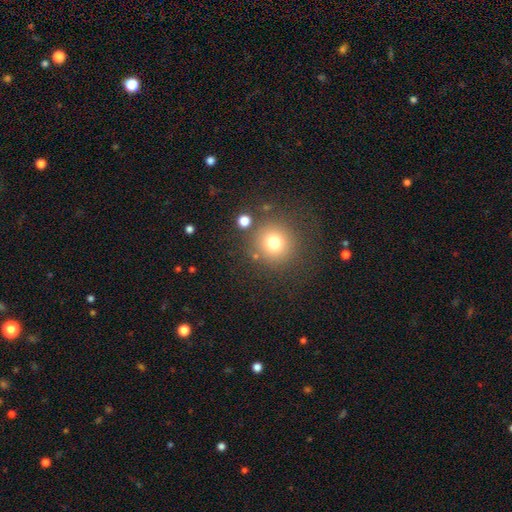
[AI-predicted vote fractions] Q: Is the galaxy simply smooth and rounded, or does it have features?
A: smooth — 72%.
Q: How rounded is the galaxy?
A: round — 94%.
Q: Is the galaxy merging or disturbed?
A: none — 83%.